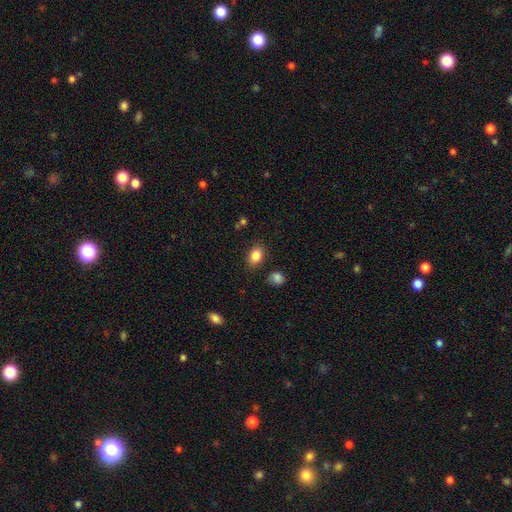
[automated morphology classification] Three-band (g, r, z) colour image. It shows a smooth galaxy with no disk features (85%) that is in between round and cigar-shaped (79%). Merging: none (83%).